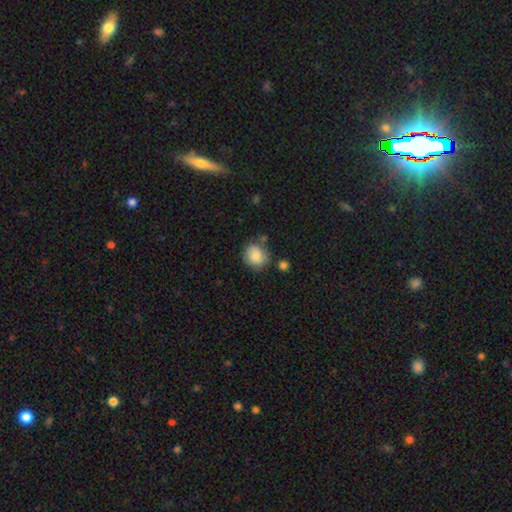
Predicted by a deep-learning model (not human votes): Smooth or featured? Predicted: smooth (p=0.82). How rounded? Predicted: round (p=0.79). Merging? Predicted: none (p=0.72).